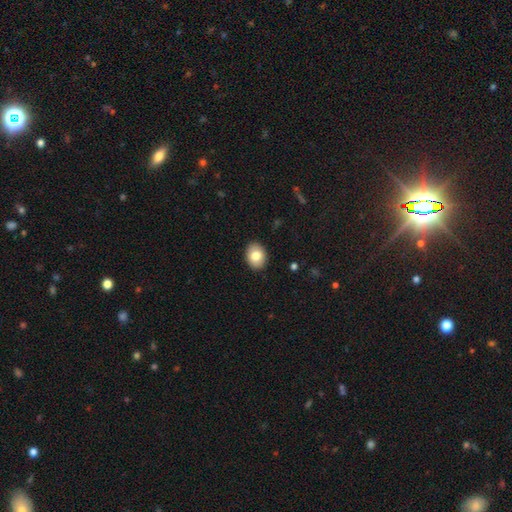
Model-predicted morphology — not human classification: This is clearly a smooth galaxy (81%). How rounded: possibly in between (60%). Merging: clearly none (91%).